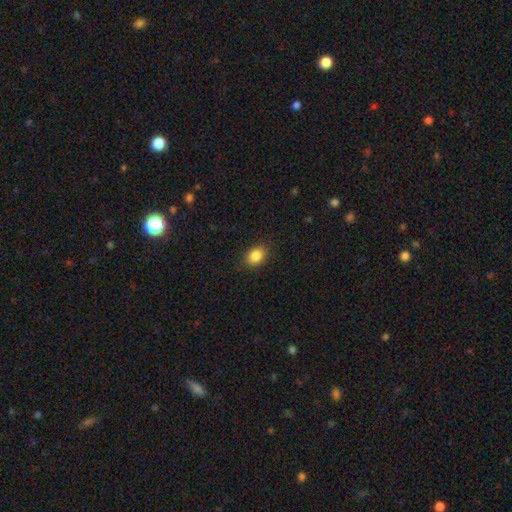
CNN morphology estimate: The model was most divided on "how rounded": in between: 73%, round: 26%, cigar-shaped: 1%. More confident: merging — none (88%); smooth or featured — smooth (86%).